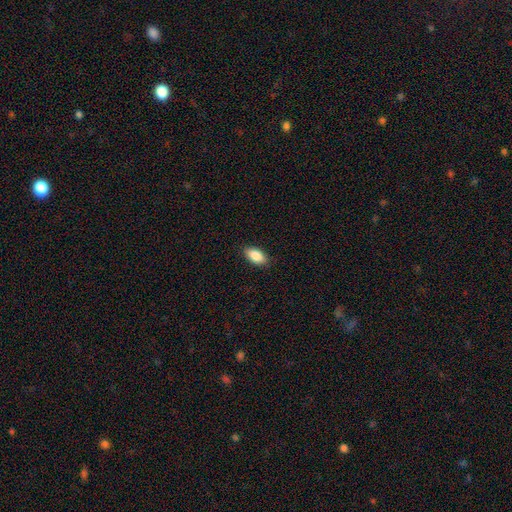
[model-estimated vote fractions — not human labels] smooth_or_featured: smooth (p=0.88) [alt: star or artifact p=0.07]
how_rounded: in between (p=0.93) [alt: cigar-shaped p=0.04]
merging: none (p=0.87) [alt: minor disturbance p=0.10]